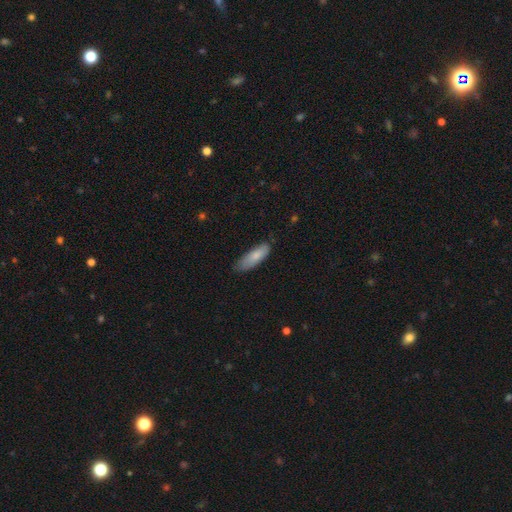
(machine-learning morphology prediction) type=smooth (82%); roundness=in between (56%); merging=none (70%).